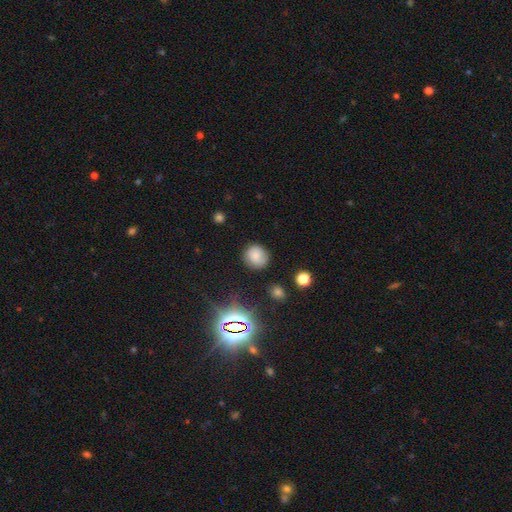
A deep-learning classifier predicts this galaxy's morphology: Smooth or featured? Predicted: smooth (p=0.78). How rounded? Predicted: round (p=0.86). Merging? Predicted: none (p=0.82).